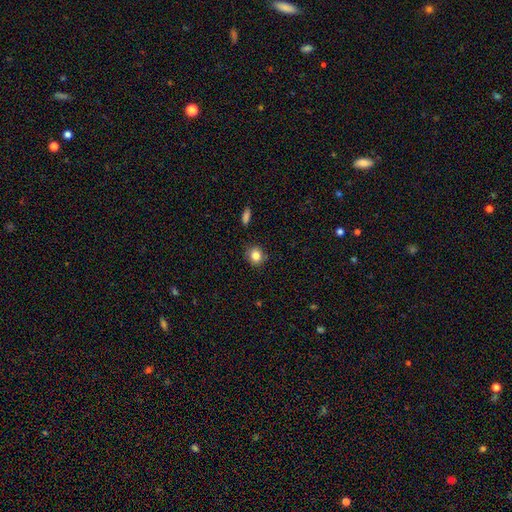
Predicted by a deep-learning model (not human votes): Q: Smooth or featured?
A: smooth (83%); runner-up: star or artifact (10%)
Q: How rounded?
A: round (82%); runner-up: in between (17%)
Q: Merging?
A: none (87%); runner-up: minor disturbance (10%)